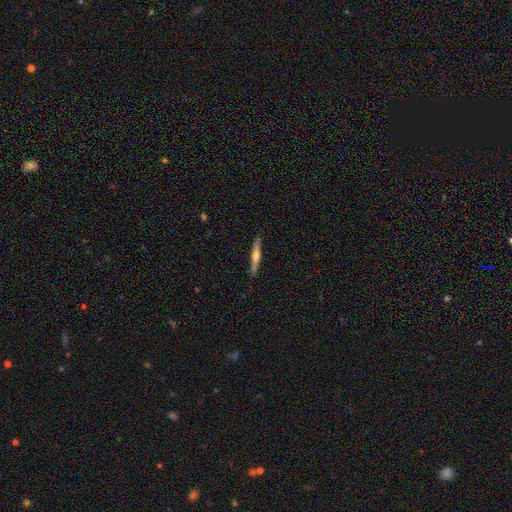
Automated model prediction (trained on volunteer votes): featured or disk 62%, smooth 33%, star or artifact 5%. Down the decision tree: edge-on disk — yes (98%); edge-on bulge — rounded (89%); merging — none (90%).